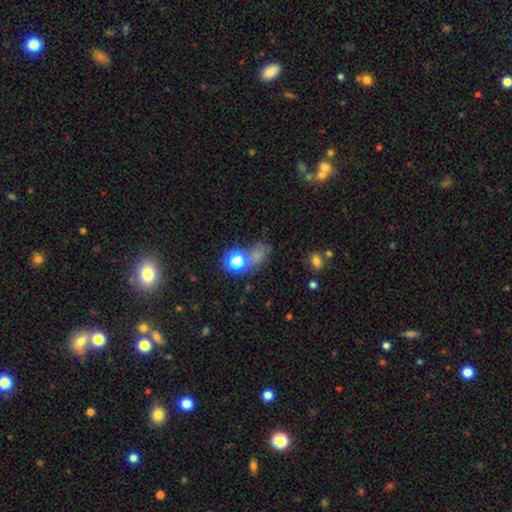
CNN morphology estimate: Smooth or featured? smooth (48%)
Merging? none (52%)